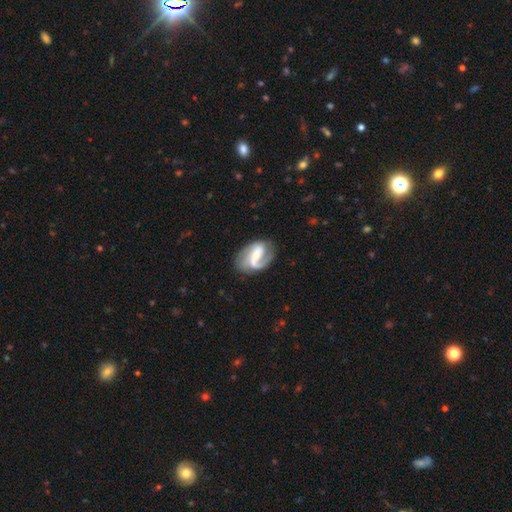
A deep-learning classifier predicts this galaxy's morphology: A featured or disk galaxy (80%) with a weak bar (42%), 2 (61%) medium (43%) spiral arms (93%) and a small central bulge (38%). Merging: none (61%).